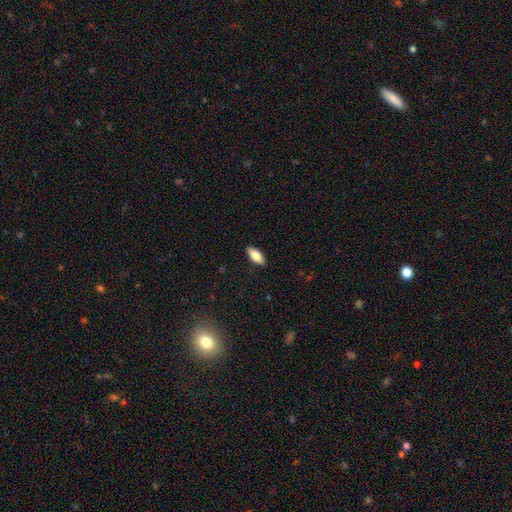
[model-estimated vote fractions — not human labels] This is clearly a smooth galaxy (81%). How rounded: clearly in between (86%). Merging: clearly none (89%).